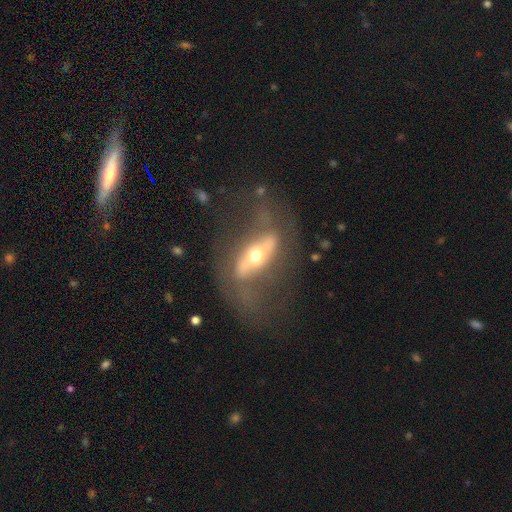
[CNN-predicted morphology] Smooth or featured: featured or disk — 74% (smooth — 19%)
Edge-on disk: no — 75% (yes — 25%)
Bar: strong — 59% (no — 22%)
Spiral arms: yes — 54% (no — 46%)
Bulge size: moderate — 63% (small — 27%)
Merging: none — 61% (major disturbance — 20%)